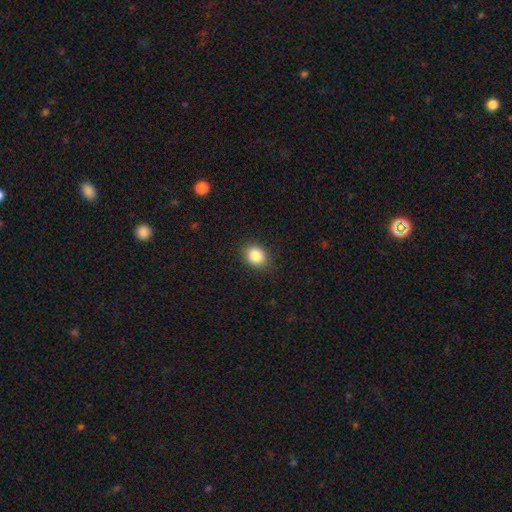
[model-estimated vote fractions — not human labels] Overall: smooth (86%). How rounded: round (55%; in between 44%). Merging: none (88%).